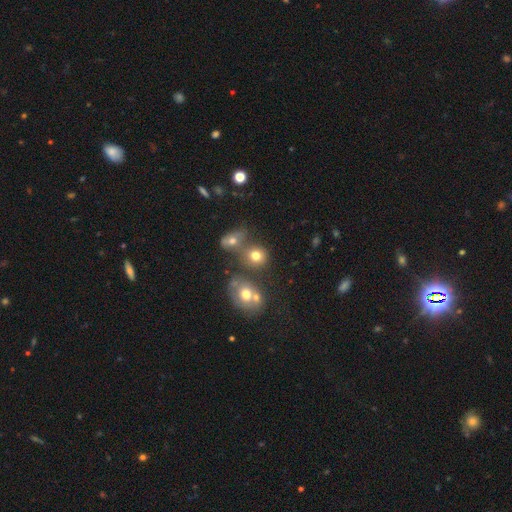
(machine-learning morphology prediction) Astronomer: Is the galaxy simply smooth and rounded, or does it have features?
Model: smooth — 72%.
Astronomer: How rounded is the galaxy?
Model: round — 77%.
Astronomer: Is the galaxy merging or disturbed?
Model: none — 51% (runner-up: merger, 31%).